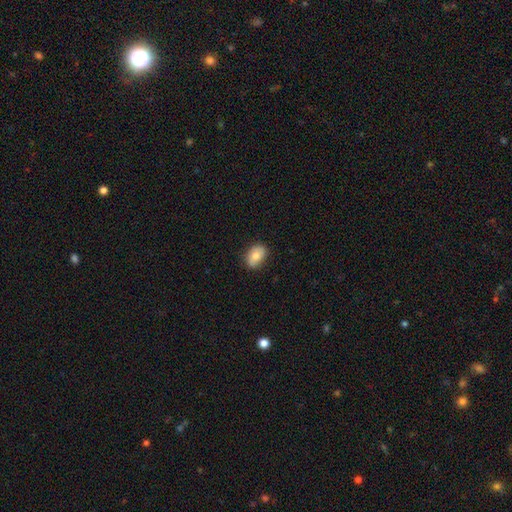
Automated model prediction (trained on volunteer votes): smooth 77%, featured or disk 15%, star or artifact 8%. Down the decision tree: how rounded — in between (80%); merging — none (82%).